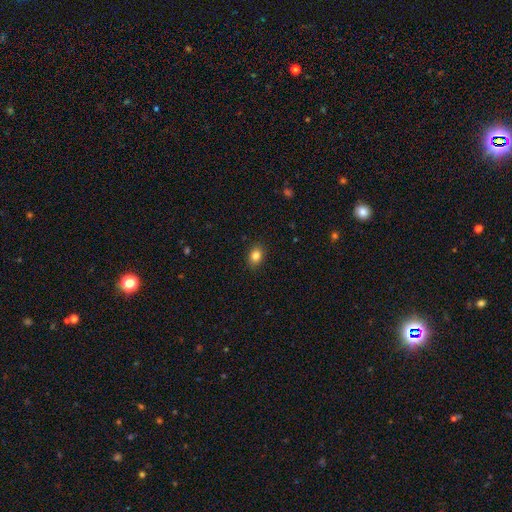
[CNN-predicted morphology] This is clearly a smooth galaxy (84%). How rounded: likely in between (63%). Merging: clearly none (88%).